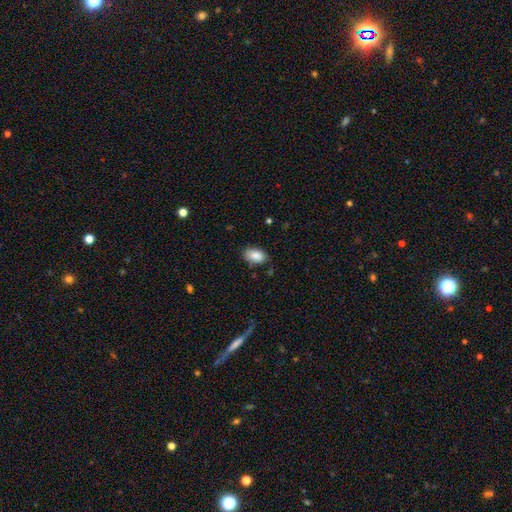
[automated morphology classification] smooth_or_featured: smooth (p=0.88) [alt: star or artifact p=0.07]
how_rounded: in between (p=0.92) [alt: round p=0.06]
merging: none (p=0.80) [alt: minor disturbance p=0.16]